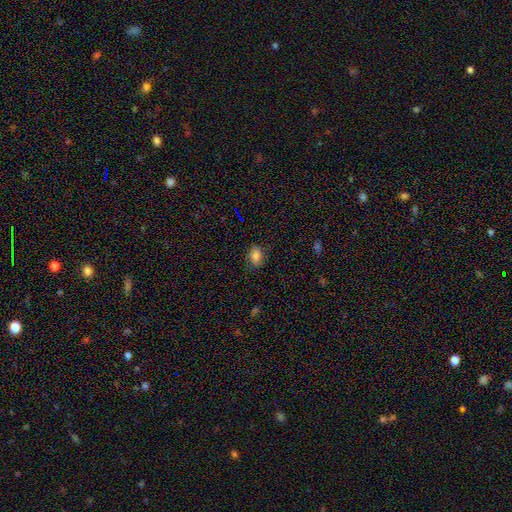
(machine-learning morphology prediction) Smooth or featured: smooth — 78% (star or artifact — 12%)
How rounded: in between — 77% (round — 21%)
Merging: none — 78% (minor disturbance — 17%)